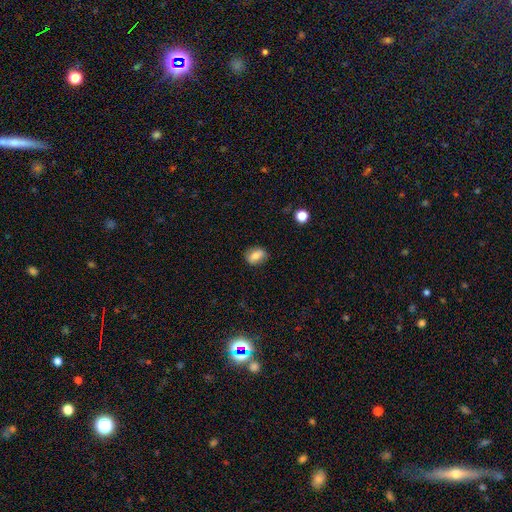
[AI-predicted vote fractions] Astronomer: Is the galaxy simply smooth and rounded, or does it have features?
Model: smooth — 72%.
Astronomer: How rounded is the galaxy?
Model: in between — 72%.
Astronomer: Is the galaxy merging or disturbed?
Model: none — 83%.